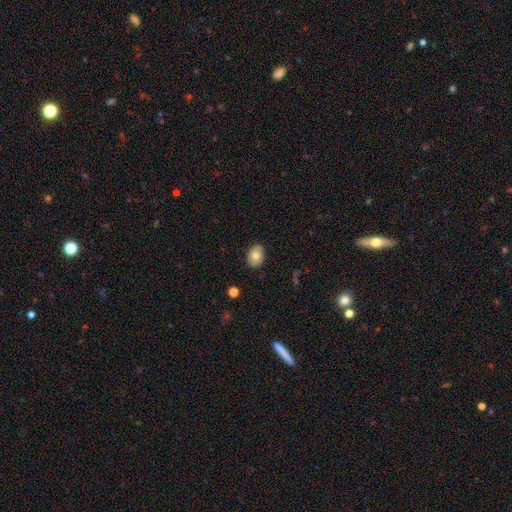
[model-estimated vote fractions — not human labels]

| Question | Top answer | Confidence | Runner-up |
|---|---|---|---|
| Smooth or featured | smooth | 75% | featured or disk (17%) |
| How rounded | in between | 71% | round (28%) |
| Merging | none | 86% | minor disturbance (11%) |